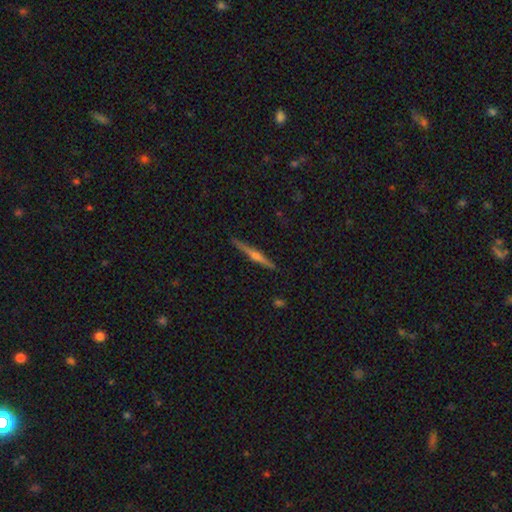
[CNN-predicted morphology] featured or disk 75%, smooth 19%, star or artifact 6%. Down the decision tree: edge-on disk — yes (98%); edge-on bulge — rounded (83%); merging — none (91%).